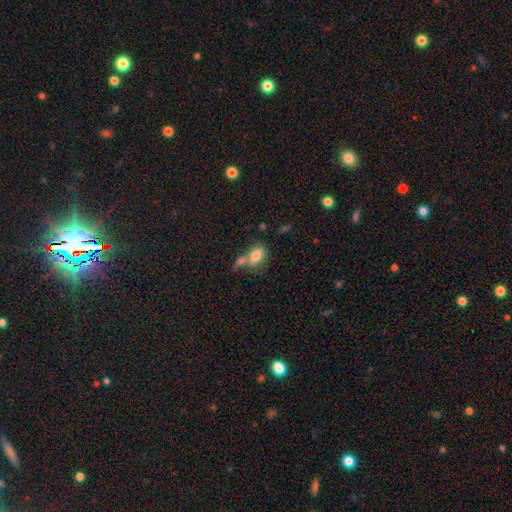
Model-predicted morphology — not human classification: This appears to be a smooth galaxy with no disk features (76%) that is in between round and cigar-shaped (85%). Merging: merger (43%).